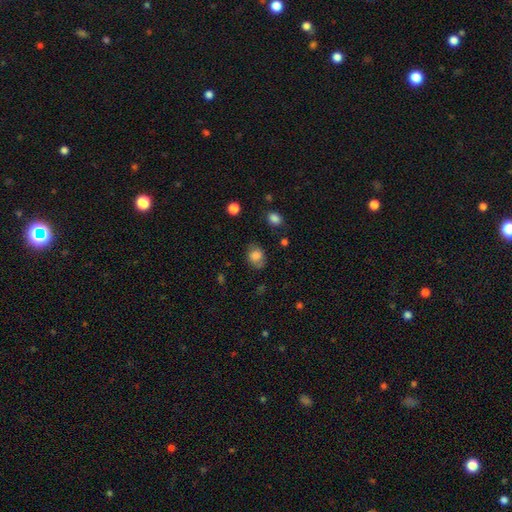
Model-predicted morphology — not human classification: This appears to be a smooth galaxy with no disk features (78%) that is in between round and cigar-shaped (58%). Merging: none (69%).